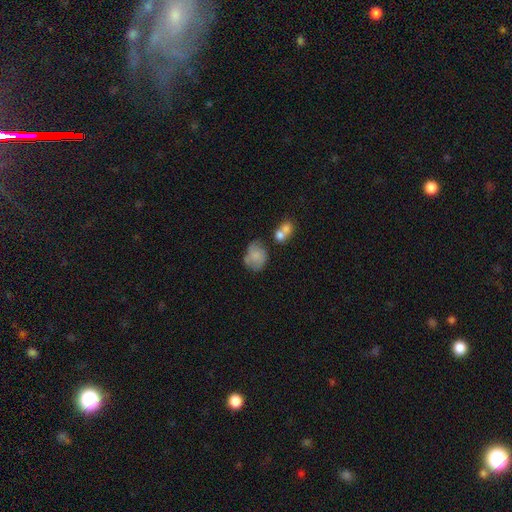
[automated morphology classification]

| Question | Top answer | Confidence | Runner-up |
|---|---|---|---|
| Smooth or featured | smooth | 66% | featured or disk (25%) |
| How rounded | in between | 52% | round (47%) |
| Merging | none | 43% | minor disturbance (27%) |